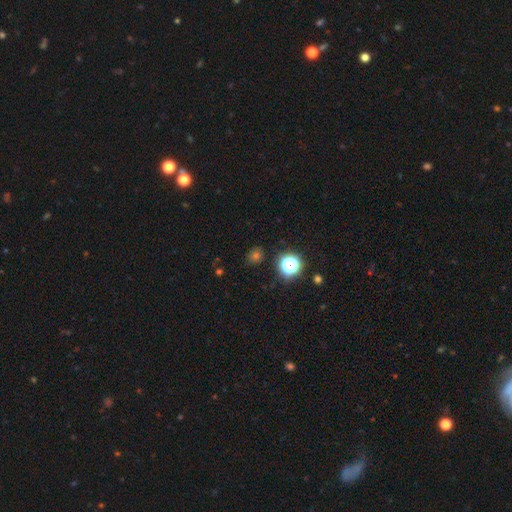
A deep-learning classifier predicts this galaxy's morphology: smooth-or-featured: smooth: 51% | star or artifact: 42% | featured or disk: 7%
  how-rounded: round: 75% | in between: 23% | cigar-shaped: 1%
  merging: none: 84% | minor disturbance: 9% | merger: 4% | major disturbance: 3%